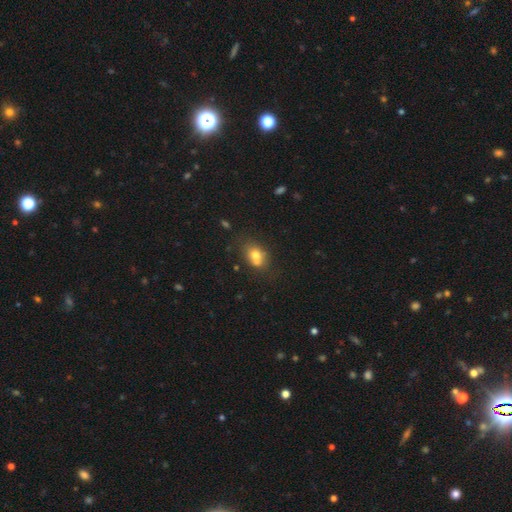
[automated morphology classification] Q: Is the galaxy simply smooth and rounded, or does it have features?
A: smooth — 71%.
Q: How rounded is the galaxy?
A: in between — 57%.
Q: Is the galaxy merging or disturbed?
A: none — 49%.